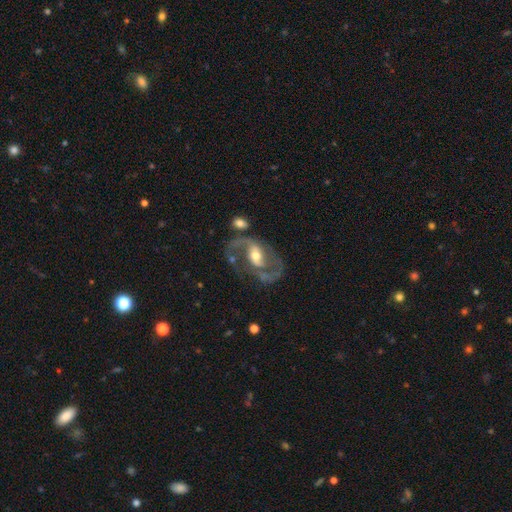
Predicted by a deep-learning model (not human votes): Q: Smooth or featured?
A: featured or disk (87%); runner-up: smooth (8%)
Q: Edge-on disk?
A: no (97%); runner-up: yes (3%)
Q: Bar?
A: weak (42%); runner-up: strong (29%)
Q: Spiral arms?
A: yes (91%); runner-up: no (9%)
Q: Spiral winding?
A: medium (51%); runner-up: loose (37%)
Q: Spiral arm count?
A: 2 (88%); runner-up: 1 (4%)
Q: Bulge size?
A: moderate (66%); runner-up: small (22%)
Q: Merging?
A: none (55%); runner-up: major disturbance (19%)